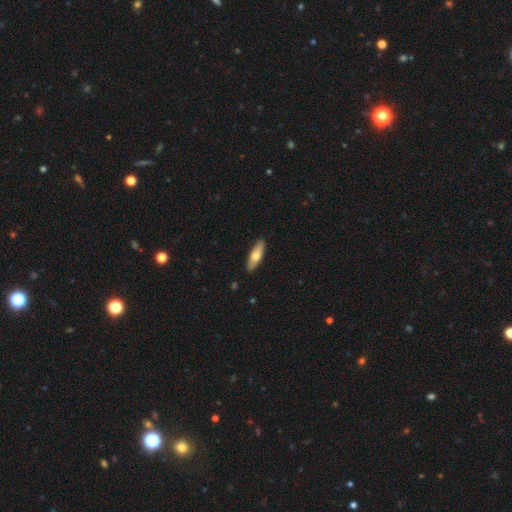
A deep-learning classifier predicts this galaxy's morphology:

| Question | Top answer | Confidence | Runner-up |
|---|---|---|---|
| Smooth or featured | smooth | 64% | featured or disk (30%) |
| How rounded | cigar-shaped | 51% | in between (46%) |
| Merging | none | 89% | minor disturbance (8%) |